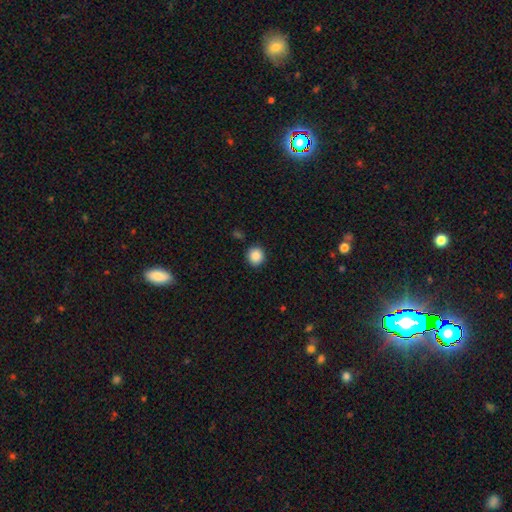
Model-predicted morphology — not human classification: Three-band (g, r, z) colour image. It shows a smooth galaxy with no disk features (88%) that is round (92%). Merging: none (90%).